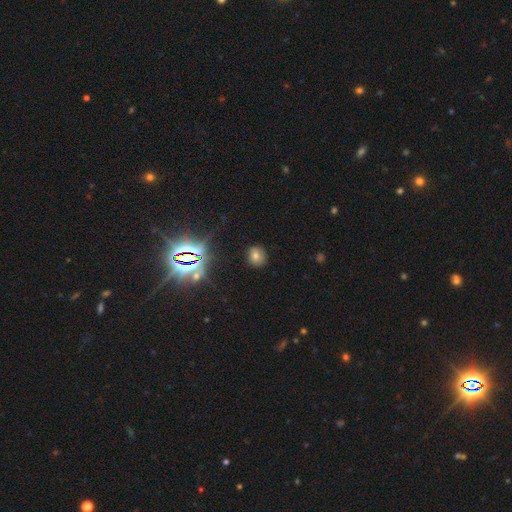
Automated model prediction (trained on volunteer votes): This appears to be a smooth galaxy with no disk features (55%) that is round (73%). Merging: none (85%).